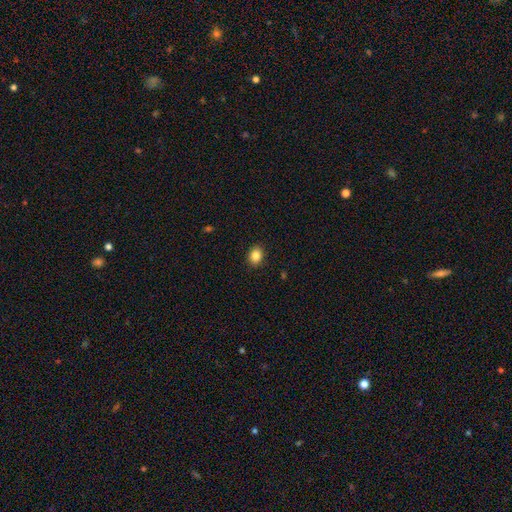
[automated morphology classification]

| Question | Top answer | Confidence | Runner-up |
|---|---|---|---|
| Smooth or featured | smooth | 85% | star or artifact (10%) |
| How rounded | round | 53% | in between (46%) |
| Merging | none | 90% | minor disturbance (7%) |